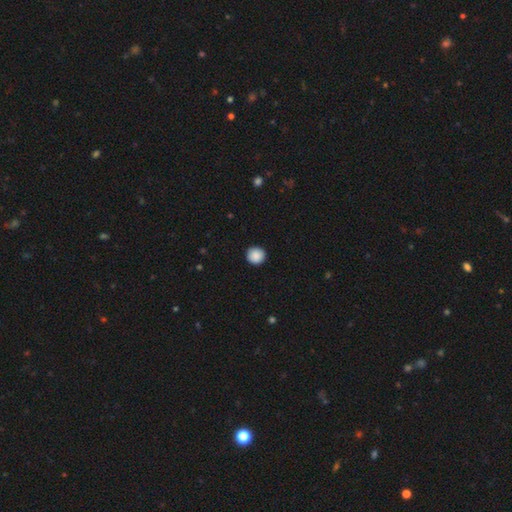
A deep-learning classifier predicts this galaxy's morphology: Smooth or featured? Predicted: smooth (p=0.89). How rounded? Predicted: round (p=0.94). Merging? Predicted: none (p=0.91).